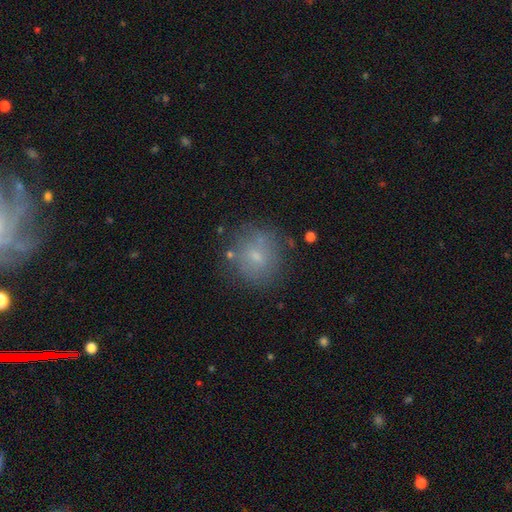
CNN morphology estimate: smooth_or_featured: smooth (p=0.64) [alt: featured or disk p=0.21]
how_rounded: round (p=0.87) [alt: in between p=0.12]
merging: none (p=0.78) [alt: minor disturbance p=0.14]